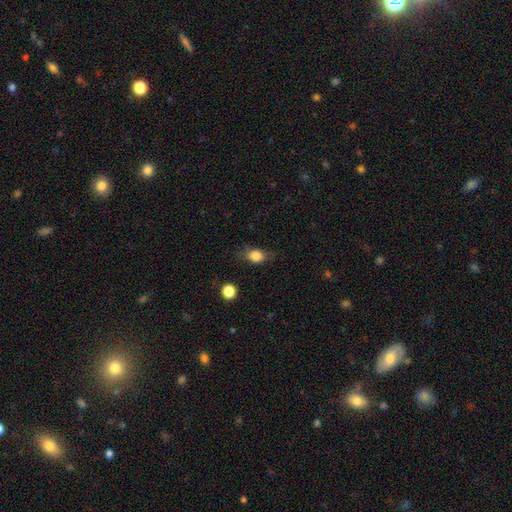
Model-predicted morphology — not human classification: This appears to be a smooth galaxy with no disk features (82%) that is in between round and cigar-shaped (65%). Merging: none (70%).